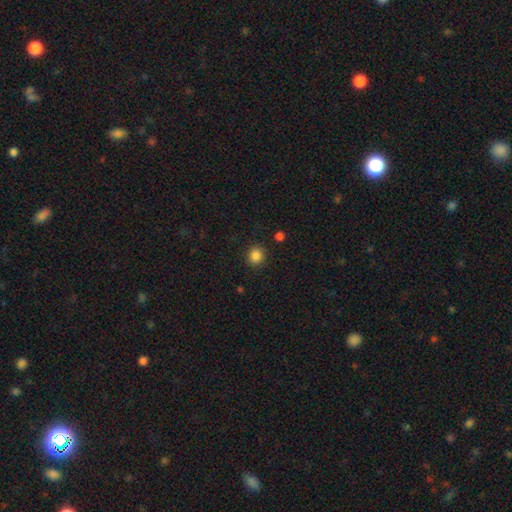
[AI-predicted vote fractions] smooth-or-featured: smooth: 86% | star or artifact: 11% | featured or disk: 3%
  how-rounded: round: 90% | in between: 9% | cigar-shaped: 1%
  merging: none: 90% | minor disturbance: 6% | major disturbance: 2% | merger: 2%